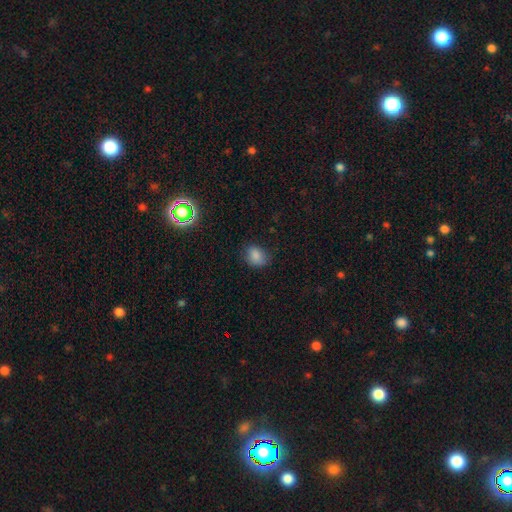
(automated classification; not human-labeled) Q: Smooth or featured?
A: smooth (84%); runner-up: star or artifact (11%)
Q: How rounded?
A: in between (60%); runner-up: round (39%)
Q: Merging?
A: none (74%); runner-up: minor disturbance (20%)